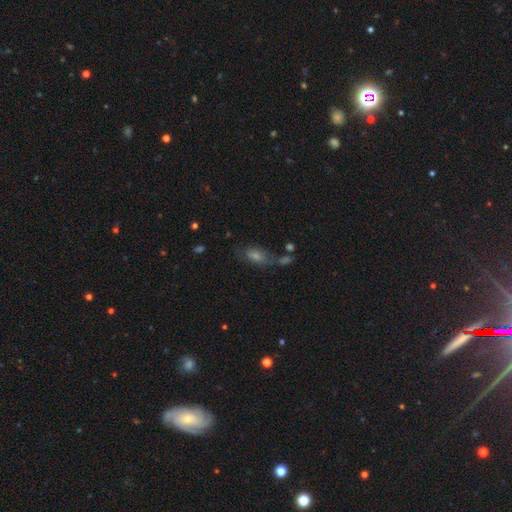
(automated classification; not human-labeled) Overall: smooth (49%; featured or disk 26%). Merging: none (51%; merger 20%).